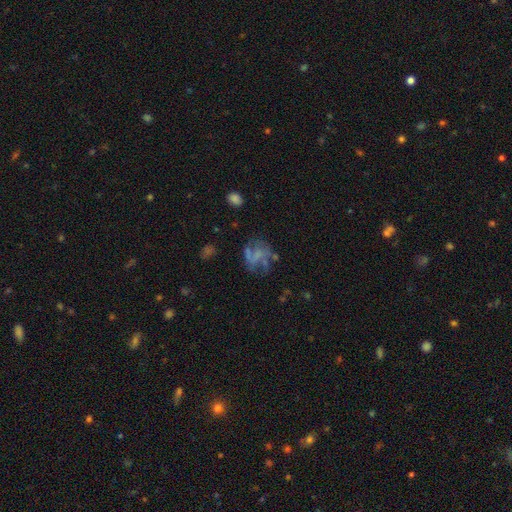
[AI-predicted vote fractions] Smooth or featured: featured or disk — 55% (smooth — 31%)
Edge-on disk: no — 98% (yes — 2%)
Bar: no — 68% (weak — 23%)
Spiral arms: no — 51% (yes — 49%)
Bulge size: none — 72% (small — 13%)
Merging: none — 43% (major disturbance — 29%)